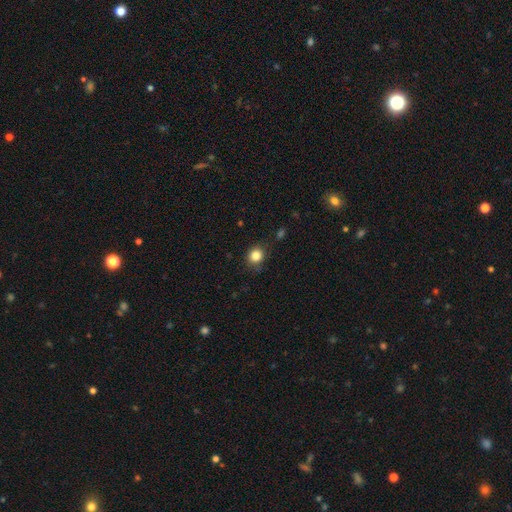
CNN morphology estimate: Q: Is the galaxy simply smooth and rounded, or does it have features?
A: smooth — 83%.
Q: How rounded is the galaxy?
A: round — 80%.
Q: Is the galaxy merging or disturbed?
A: none — 81%.